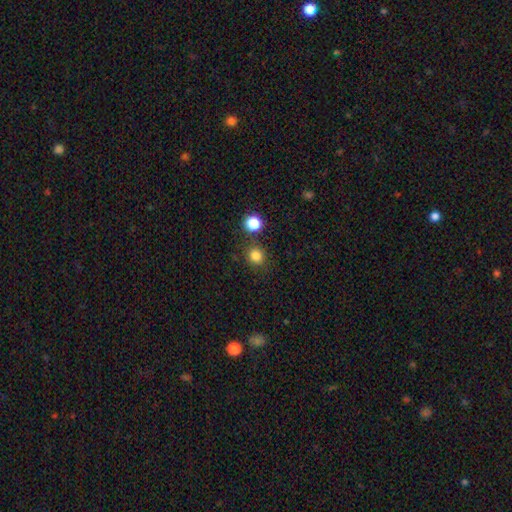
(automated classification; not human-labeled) A smooth galaxy with no disk features (82%) that is round (88%).

Vote fractions:
- Smooth or featured? smooth: 82% / star or artifact: 14% / featured or disk: 4%
- How rounded? round: 88% / in between: 11% / cigar-shaped: 1%
- Merging? none: 82% / minor disturbance: 8% / merger: 7% / major disturbance: 3%